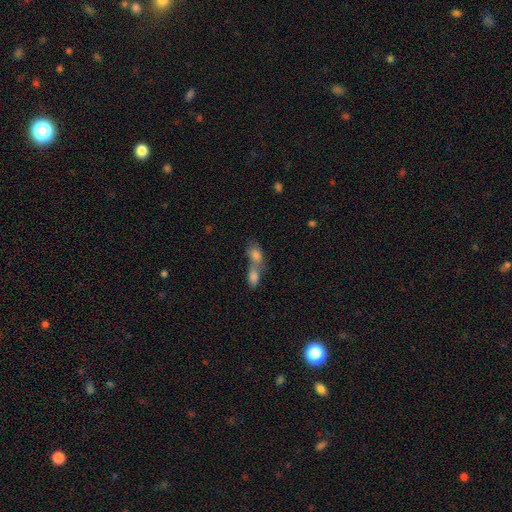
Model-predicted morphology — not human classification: A smooth galaxy with no disk features (75%) that is in between round and cigar-shaped (73%). Merging: merger (71%).